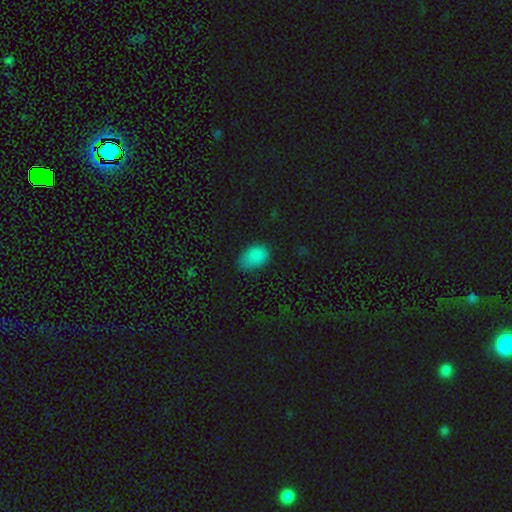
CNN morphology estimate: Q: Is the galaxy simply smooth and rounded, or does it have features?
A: smooth — 85%.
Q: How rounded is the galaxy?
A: in between — 90%.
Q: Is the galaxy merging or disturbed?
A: none — 71%.